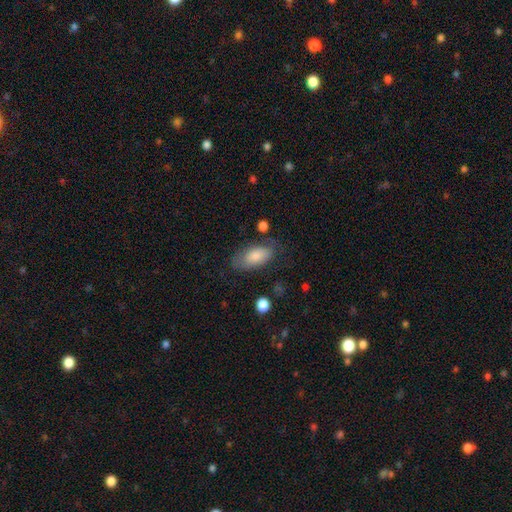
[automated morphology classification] A smooth galaxy with no disk features (79%) that is in between round and cigar-shaped (90%).

Vote fractions:
- Smooth or featured? smooth: 79% / featured or disk: 14% / star or artifact: 7%
- How rounded? in between: 90% / cigar-shaped: 7% / round: 3%
- Merging? none: 72% / minor disturbance: 20% / major disturbance: 6% / merger: 2%